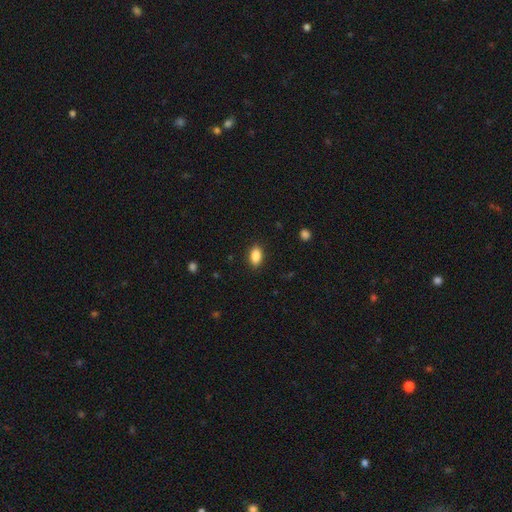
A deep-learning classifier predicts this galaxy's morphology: smooth-or-featured: smooth: 88% | star or artifact: 8% | featured or disk: 4%
  how-rounded: in between: 90% | round: 7% | cigar-shaped: 4%
  merging: none: 88% | minor disturbance: 9% | major disturbance: 2% | merger: 1%